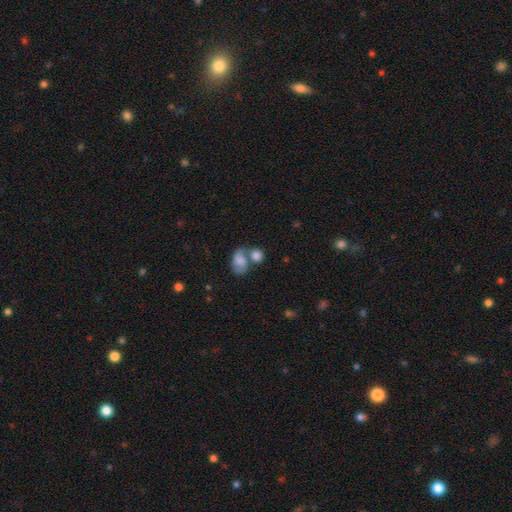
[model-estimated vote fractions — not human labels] A smooth galaxy with no disk features (76%) that is round (60%).

Vote fractions:
- Smooth or featured? smooth: 76% / featured or disk: 15% / star or artifact: 9%
- How rounded? round: 60% / in between: 39% / cigar-shaped: 2%
- Merging? merger: 53% / none: 31% / minor disturbance: 10% / major disturbance: 6%